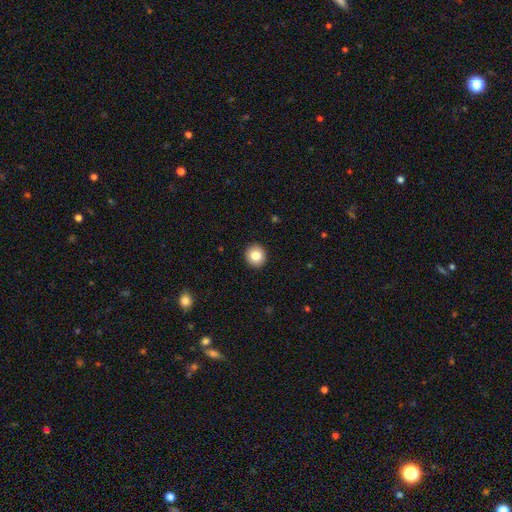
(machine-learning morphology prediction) type=smooth (83%); roundness=round (93%); merging=none (93%).